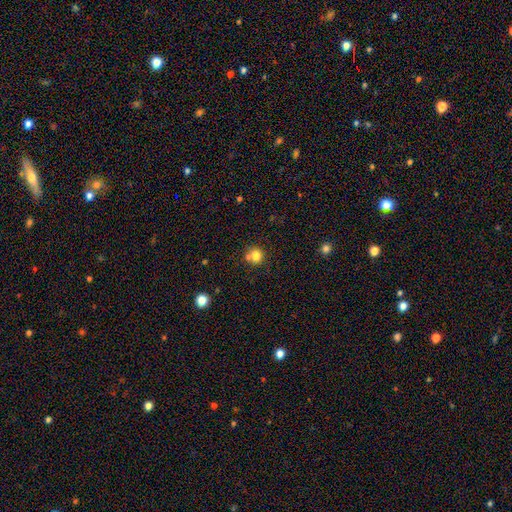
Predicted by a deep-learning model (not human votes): Smooth or featured?
  - smooth: 77% *
  - star or artifact: 12%
  - featured or disk: 10%
How rounded?
  - round: 80% *
  - in between: 19%
  - cigar-shaped: 1%
Merging?
  - none: 54% *
  - merger: 33%
  - minor disturbance: 10%
  - major disturbance: 3%